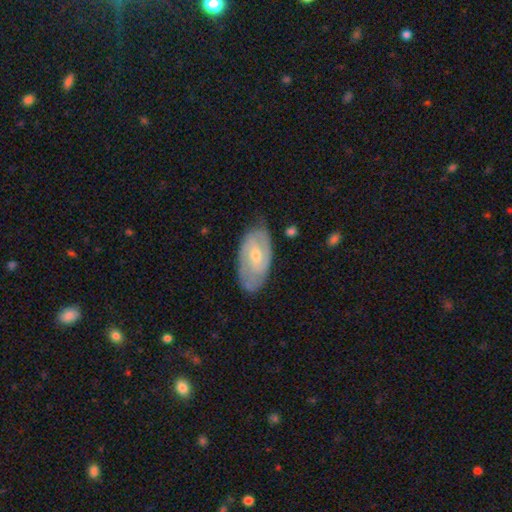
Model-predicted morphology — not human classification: A featured or disk galaxy (78%) with a weak bar (49%), 2 (71%) tight (53%) spiral arms (91%) and a small central bulge (53%).

Vote fractions:
- Smooth or featured? featured or disk: 78% / smooth: 17% / star or artifact: 5%
- Edge-on disk? no: 95% / yes: 5%
- Bar? weak: 49% / no: 38% / strong: 13%
- Spiral arms? yes: 91% / no: 9%
- Spiral winding? tight: 53% / medium: 38% / loose: 9%
- Spiral arm count? 2: 71% / can't tell: 17% / 3: 6% / 1: 3% / 4: 2% / more than 4: 2%
- Bulge size? small: 53% / moderate: 44% / none: 1% / large: 1% / dominant: 1%
- Merging? none: 75% / minor disturbance: 19% / major disturbance: 4% / merger: 1%